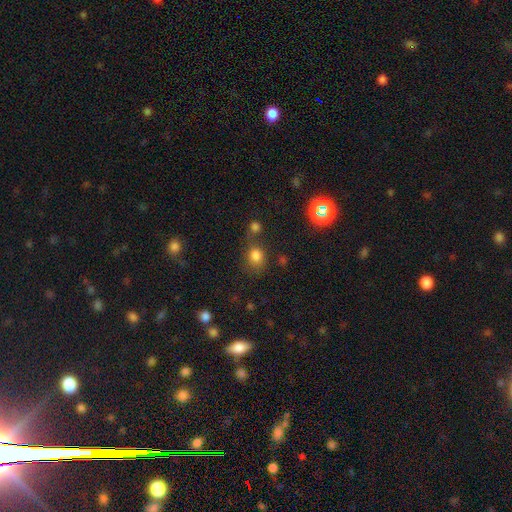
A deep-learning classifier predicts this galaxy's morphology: Smooth or featured: smooth — 78% (star or artifact — 15%)
How rounded: round — 65% (in between — 34%)
Merging: none — 57% (merger — 21%)